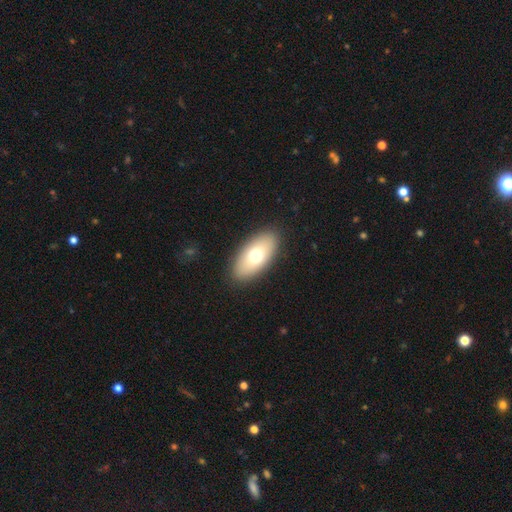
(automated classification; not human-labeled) Q: Smooth or featured?
A: smooth (69%); runner-up: featured or disk (25%)
Q: How rounded?
A: in between (92%); runner-up: cigar-shaped (6%)
Q: Merging?
A: none (90%); runner-up: minor disturbance (7%)